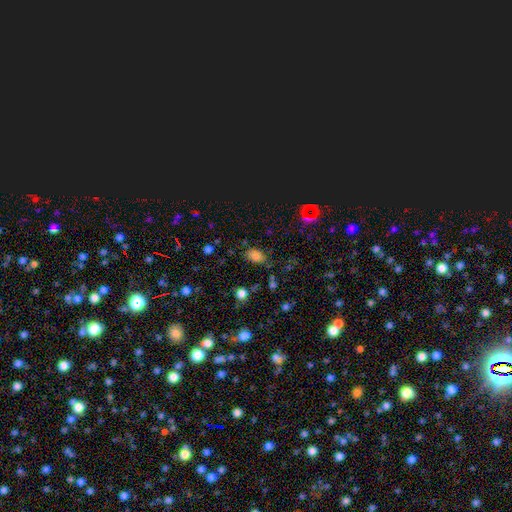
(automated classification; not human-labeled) Smooth or featured: smooth — 76% (star or artifact — 17%)
How rounded: in between — 82% (round — 17%)
Merging: none — 75% (minor disturbance — 17%)